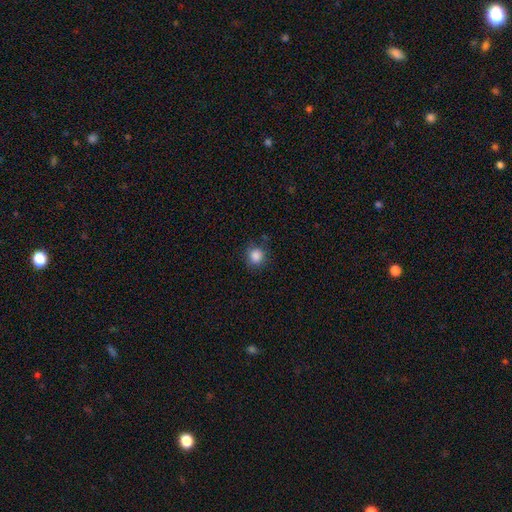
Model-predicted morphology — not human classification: smooth 86%, star or artifact 11%, featured or disk 4%. Down the decision tree: how rounded — round (89%); merging — none (82%).